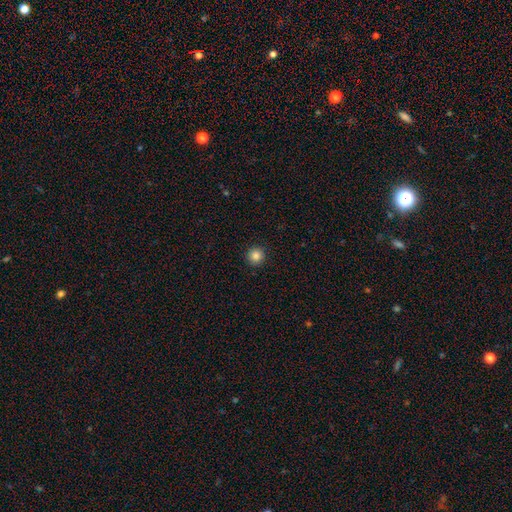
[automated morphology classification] Q: Smooth or featured?
A: smooth (85%); runner-up: star or artifact (11%)
Q: How rounded?
A: round (95%); runner-up: in between (4%)
Q: Merging?
A: none (93%); runner-up: minor disturbance (5%)